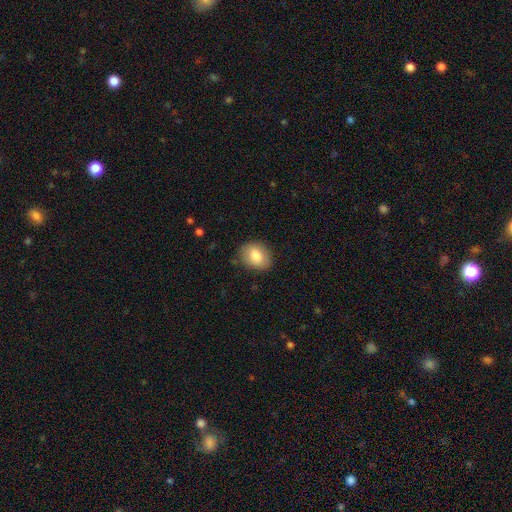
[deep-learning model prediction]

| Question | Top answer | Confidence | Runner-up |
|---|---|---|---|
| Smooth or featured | smooth | 83% | featured or disk (10%) |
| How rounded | in between | 61% | round (38%) |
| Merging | none | 84% | minor disturbance (12%) |